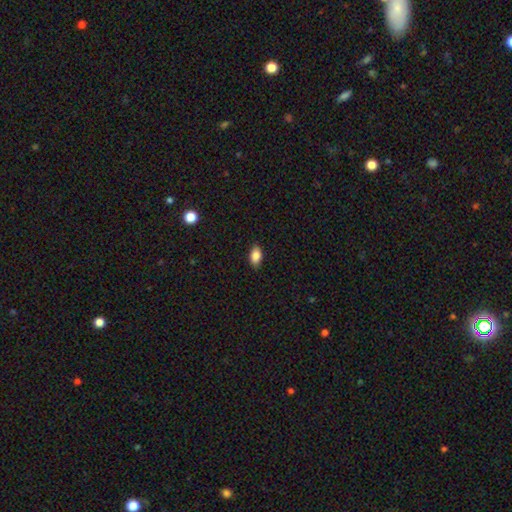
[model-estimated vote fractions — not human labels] smooth-or-featured: smooth: 86% | star or artifact: 8% | featured or disk: 7%
  how-rounded: in between: 90% | round: 7% | cigar-shaped: 3%
  merging: none: 87% | minor disturbance: 10% | major disturbance: 2% | merger: 1%